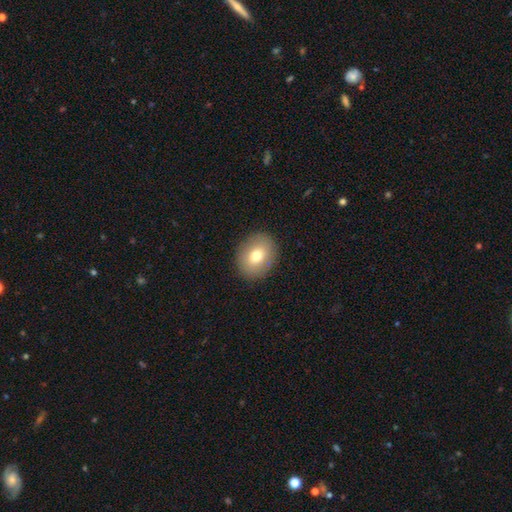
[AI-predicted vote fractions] Q: Smooth or featured?
A: smooth (74%); runner-up: featured or disk (16%)
Q: How rounded?
A: round (52%); runner-up: in between (47%)
Q: Merging?
A: none (89%); runner-up: minor disturbance (7%)